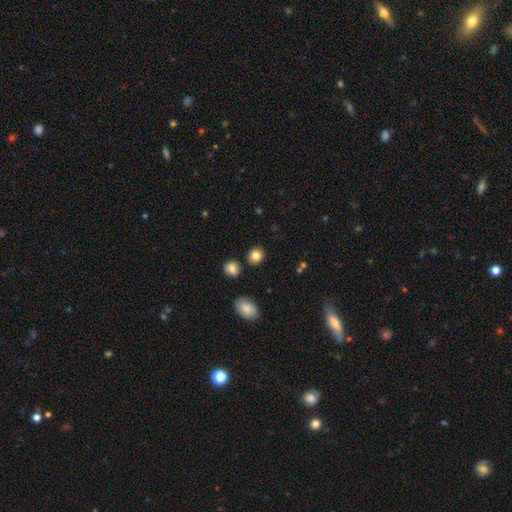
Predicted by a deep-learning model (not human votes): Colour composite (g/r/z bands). It shows a smooth galaxy with no disk features (84%) that is round (72%). Merging: none (87%).